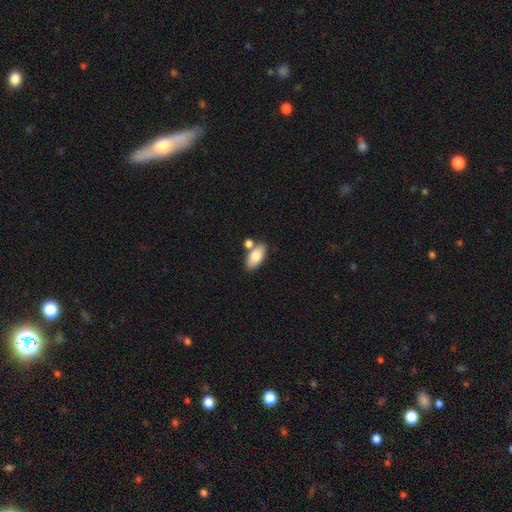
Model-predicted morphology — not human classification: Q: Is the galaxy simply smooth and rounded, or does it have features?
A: smooth — 80%.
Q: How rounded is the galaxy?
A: in between — 91%.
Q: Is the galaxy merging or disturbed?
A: none — 63%.